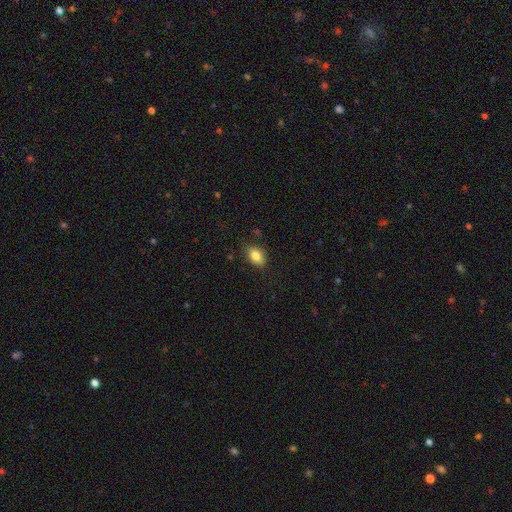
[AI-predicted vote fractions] smooth-or-featured: smooth: 84% | star or artifact: 8% | featured or disk: 8%
  how-rounded: in between: 85% | round: 13% | cigar-shaped: 2%
  merging: none: 82% | minor disturbance: 13% | major disturbance: 3% | merger: 1%